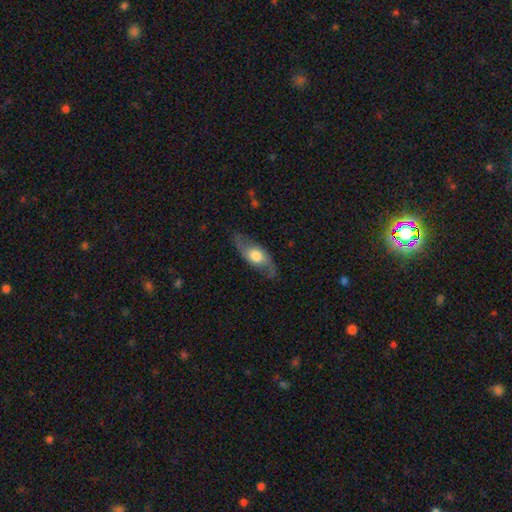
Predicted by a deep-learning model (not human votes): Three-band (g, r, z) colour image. It shows a featured or disk galaxy (58%). Merging: none (74%).